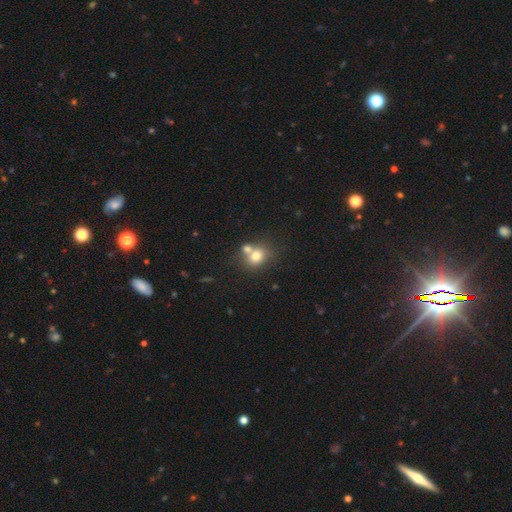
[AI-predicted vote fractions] Overall: smooth (74%). How rounded: round (64%; in between 35%). Merging: none (44%; merger 42%).